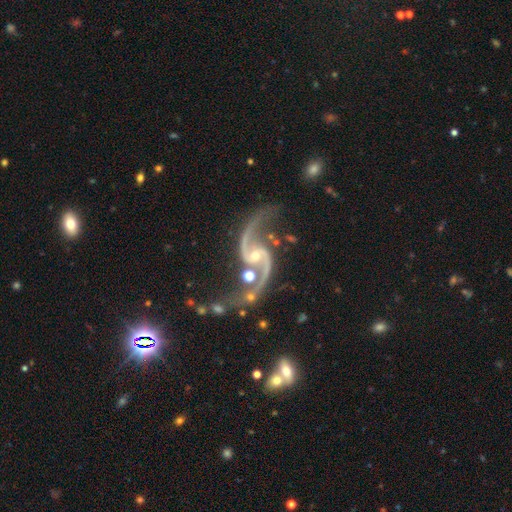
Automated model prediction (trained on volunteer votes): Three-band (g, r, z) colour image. It shows a featured or disk galaxy (94%) with no bar (47%), 2 (95%) loose (64%) spiral arms (98%) and a small central bulge (61%). Merging: none (57%).